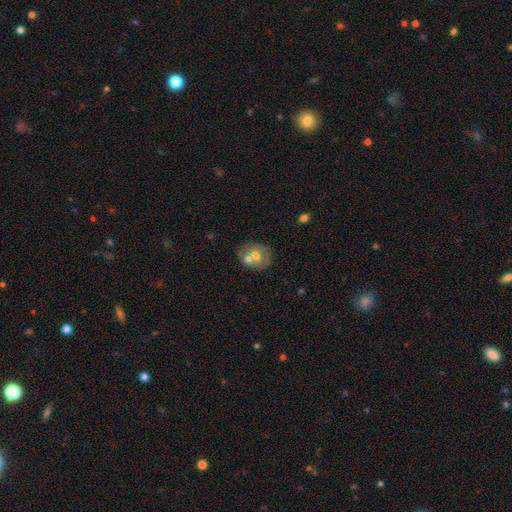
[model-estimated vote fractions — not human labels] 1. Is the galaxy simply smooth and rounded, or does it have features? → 52% smooth, 39% featured or disk, 8% star or artifact.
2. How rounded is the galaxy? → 57% round, 42% in between, 1% cigar-shaped.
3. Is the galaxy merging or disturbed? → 46% none, 35% merger, 14% minor disturbance, 5% major disturbance.